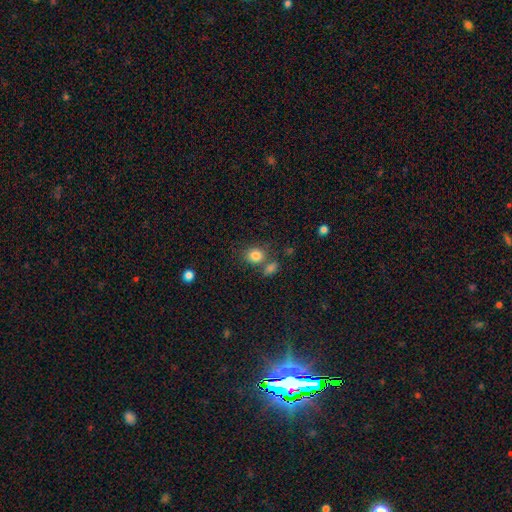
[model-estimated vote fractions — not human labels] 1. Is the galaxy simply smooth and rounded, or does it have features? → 83% smooth, 10% star or artifact, 6% featured or disk.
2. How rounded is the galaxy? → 70% round, 29% in between, 1% cigar-shaped.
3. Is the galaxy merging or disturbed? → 63% none, 20% merger, 12% minor disturbance, 4% major disturbance.